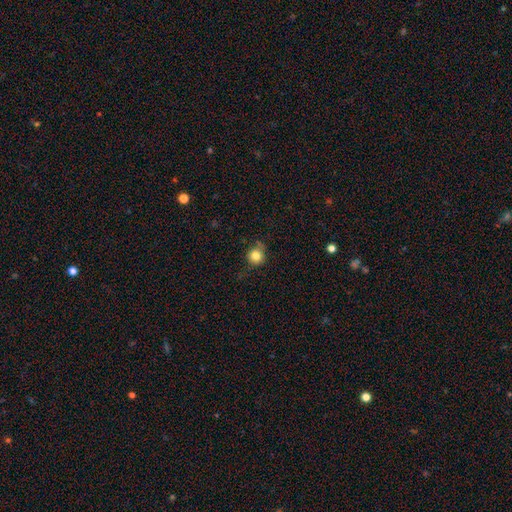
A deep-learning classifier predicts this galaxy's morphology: Smooth or featured?
  - smooth: 82% *
  - star or artifact: 11%
  - featured or disk: 7%
How rounded?
  - round: 89% *
  - in between: 10%
  - cigar-shaped: 1%
Merging?
  - none: 71% *
  - minor disturbance: 21%
  - major disturbance: 6%
  - merger: 3%